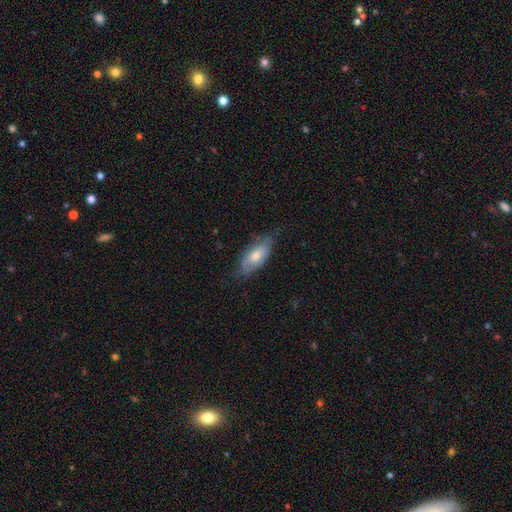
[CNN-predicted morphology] Smooth or featured? Predicted: smooth (p=0.52). How rounded? Predicted: in between (p=0.84). Merging? Predicted: none (p=0.64).